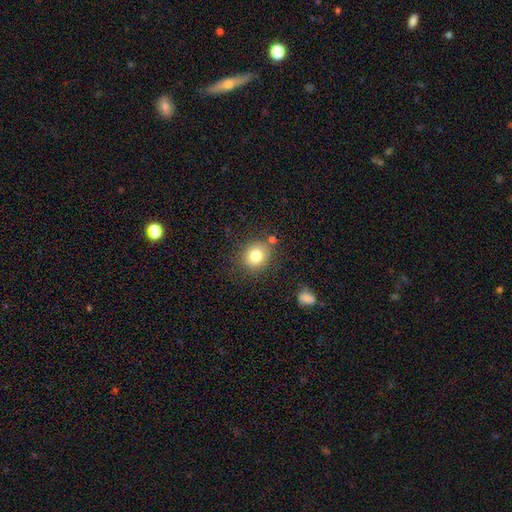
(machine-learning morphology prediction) Smooth or featured?
  - smooth: 79% *
  - star or artifact: 11%
  - featured or disk: 10%
How rounded?
  - round: 75% *
  - in between: 24%
  - cigar-shaped: 1%
Merging?
  - none: 80% *
  - minor disturbance: 11%
  - merger: 5%
  - major disturbance: 4%